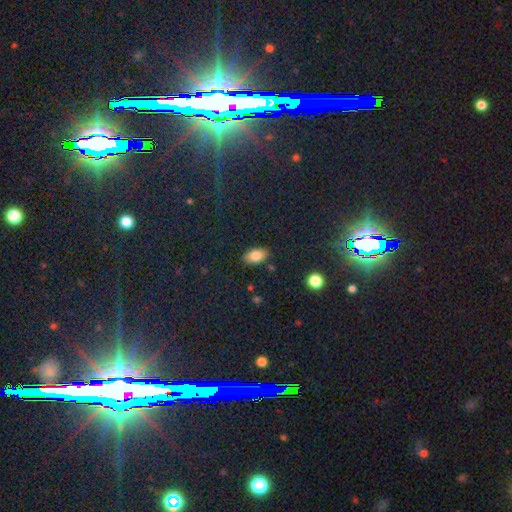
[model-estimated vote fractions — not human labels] Smooth or featured: smooth — 82% (featured or disk — 9%)
How rounded: in between — 92% (round — 5%)
Merging: none — 86% (minor disturbance — 10%)